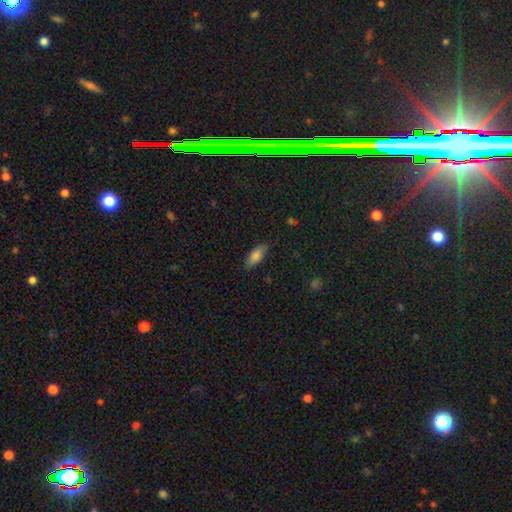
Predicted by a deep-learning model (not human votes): Smooth or featured?
  - smooth: 83% *
  - featured or disk: 10%
  - star or artifact: 7%
How rounded?
  - in between: 80% *
  - cigar-shaped: 18%
  - round: 2%
Merging?
  - none: 83% *
  - minor disturbance: 13%
  - major disturbance: 3%
  - merger: 1%